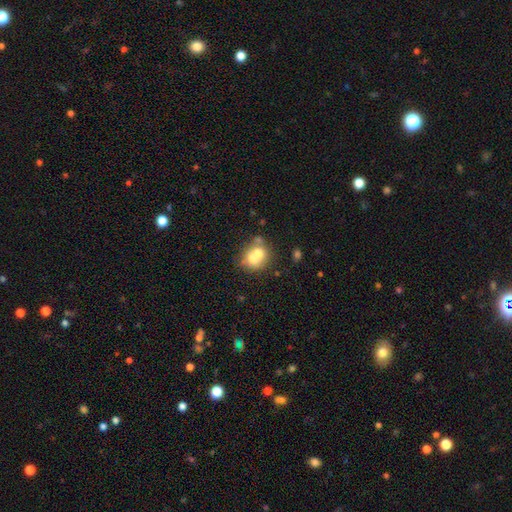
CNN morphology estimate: smooth-or-featured: smooth: 62% | featured or disk: 27% | star or artifact: 11%
  how-rounded: round: 73% | in between: 26% | cigar-shaped: 1%
  merging: merger: 55% | none: 32% | minor disturbance: 8% | major disturbance: 4%